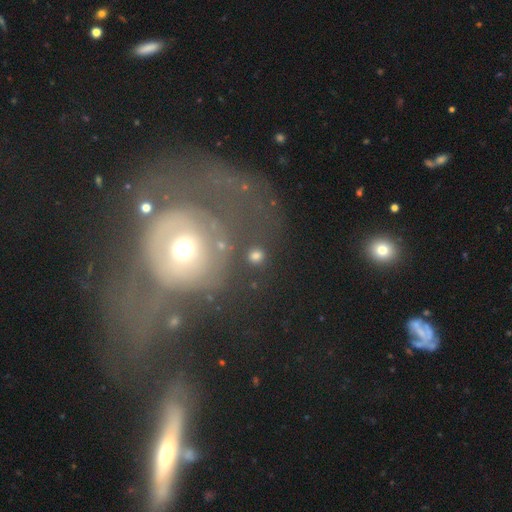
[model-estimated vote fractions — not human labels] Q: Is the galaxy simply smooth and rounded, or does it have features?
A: smooth — 69%.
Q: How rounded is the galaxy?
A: round — 85%.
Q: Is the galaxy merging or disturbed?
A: none — 79%.